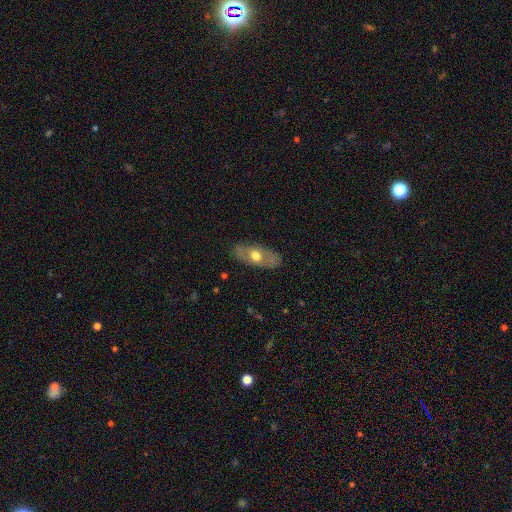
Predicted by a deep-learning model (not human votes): Smooth or featured: smooth — 49% (featured or disk — 45%)
Merging: none — 83% (minor disturbance — 12%)